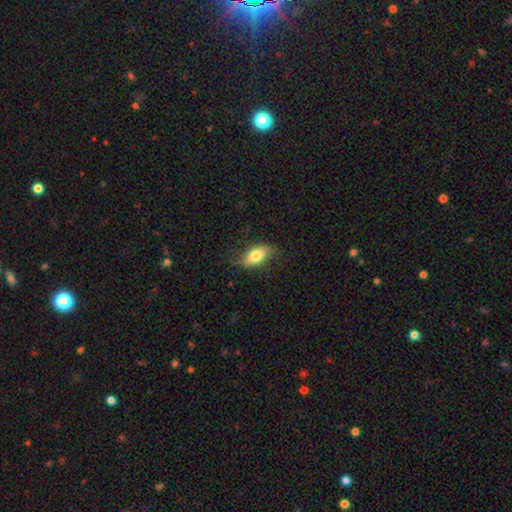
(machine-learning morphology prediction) Overall: smooth (70%). How rounded: in between (86%). Merging: none (72%).